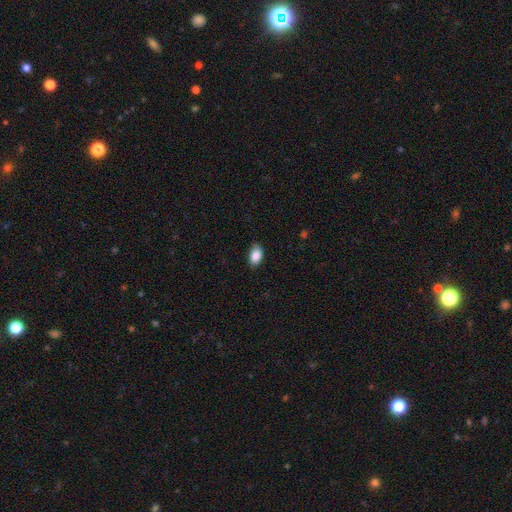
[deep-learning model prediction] smooth 87%, star or artifact 7%, featured or disk 5%. Down the decision tree: how rounded — in between (90%); merging — none (82%).